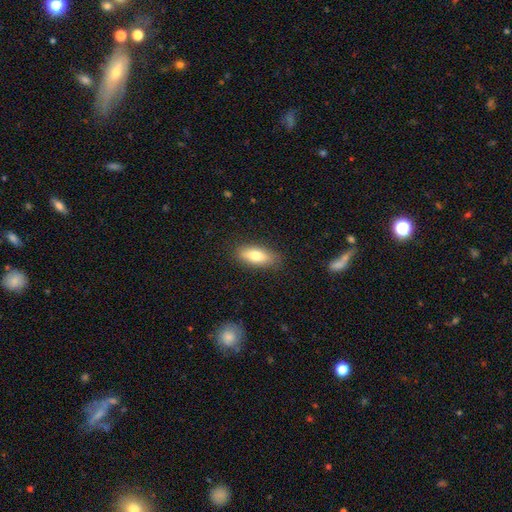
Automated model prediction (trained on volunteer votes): A smooth galaxy with no disk features (77%) that is in between round and cigar-shaped (75%).

Vote fractions:
- Smooth or featured? smooth: 77% / featured or disk: 16% / star or artifact: 7%
- How rounded? in between: 75% / cigar-shaped: 22% / round: 3%
- Merging? none: 85% / minor disturbance: 11% / major disturbance: 3% / merger: 1%